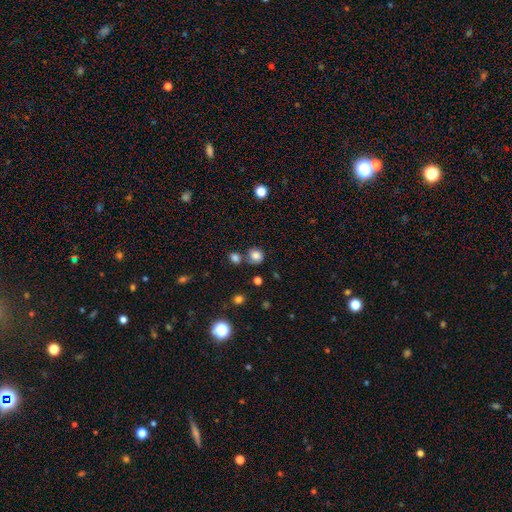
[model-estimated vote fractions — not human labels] A smooth galaxy with no disk features (82%) that is round (79%).

Vote fractions:
- Smooth or featured? smooth: 82% / star or artifact: 12% / featured or disk: 6%
- How rounded? round: 79% / in between: 20% / cigar-shaped: 1%
- Merging? none: 67% / merger: 16% / minor disturbance: 13% / major disturbance: 4%